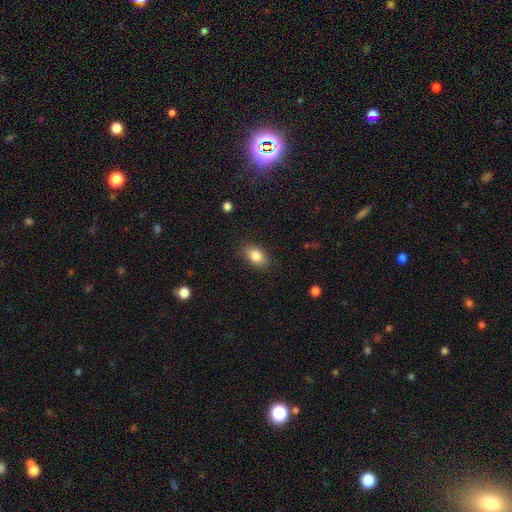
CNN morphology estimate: type=smooth (84%); roundness=in between (86%); merging=none (85%).